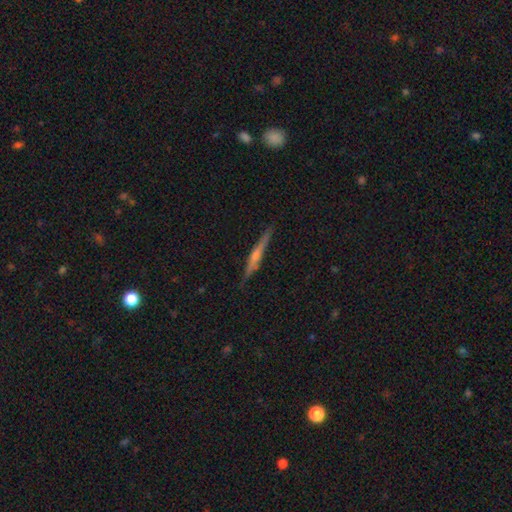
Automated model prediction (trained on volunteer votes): Morphology: type=featured or disk (66%); edge-on=yes (97%); edge-on bulge=rounded (64%); merging=none (88%).